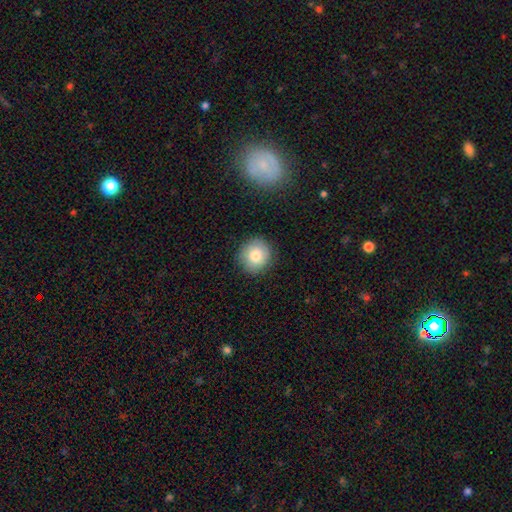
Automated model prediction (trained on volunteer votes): Smooth or featured: smooth — 79% (featured or disk — 12%)
How rounded: round — 90% (in between — 9%)
Merging: none — 88% (minor disturbance — 9%)